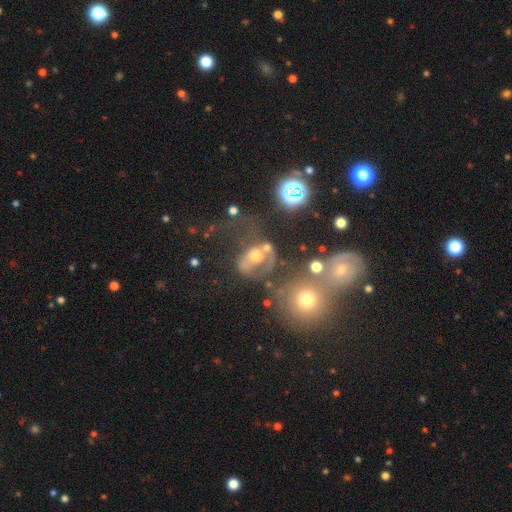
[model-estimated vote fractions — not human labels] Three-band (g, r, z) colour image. It shows a featured or disk galaxy (44%). Merging: major disturbance (34%).